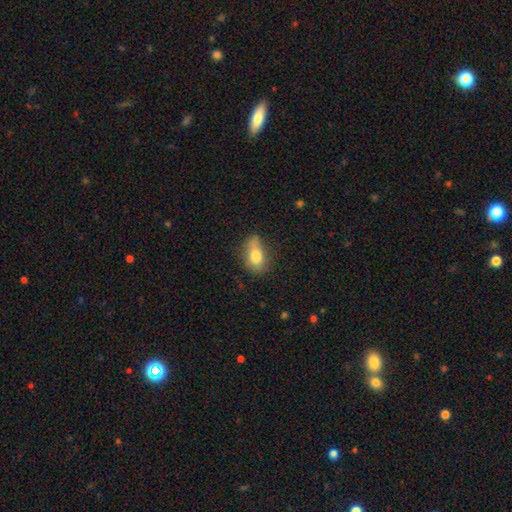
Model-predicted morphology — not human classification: Q: Smooth or featured?
A: smooth (77%); runner-up: featured or disk (16%)
Q: How rounded?
A: in between (86%); runner-up: round (9%)
Q: Merging?
A: none (50%); runner-up: minor disturbance (33%)